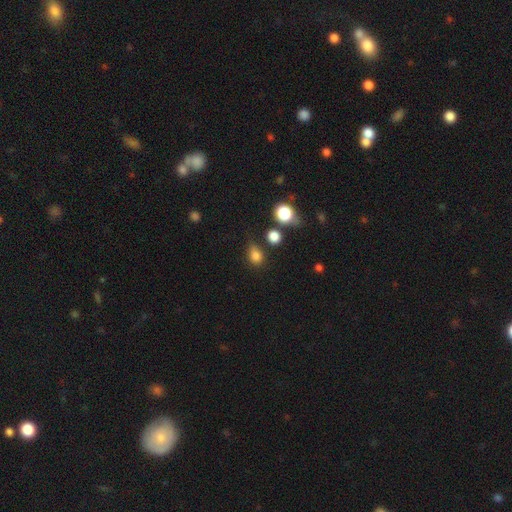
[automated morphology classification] Q: Smooth or featured?
A: smooth (81%); runner-up: star or artifact (14%)
Q: How rounded?
A: round (57%); runner-up: in between (41%)
Q: Merging?
A: none (64%); runner-up: minor disturbance (23%)